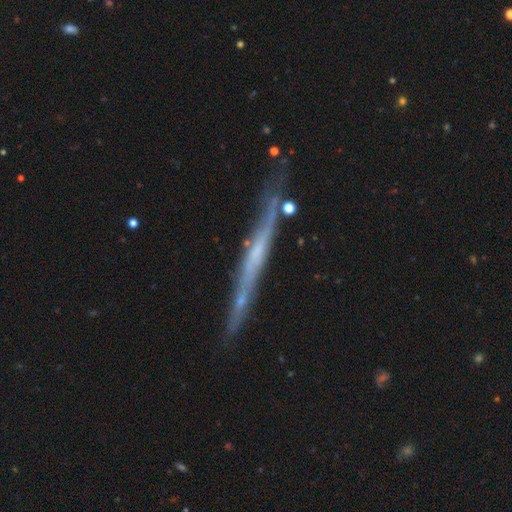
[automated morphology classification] smooth-or-featured: featured or disk: 70% | smooth: 21% | star or artifact: 8%
  disk-edge-on: yes: 93% | no: 7%
    edge-on-bulge: none: 75% | rounded: 18% | boxy: 7%
  merging: none: 76% | minor disturbance: 16% | major disturbance: 4% | merger: 4%